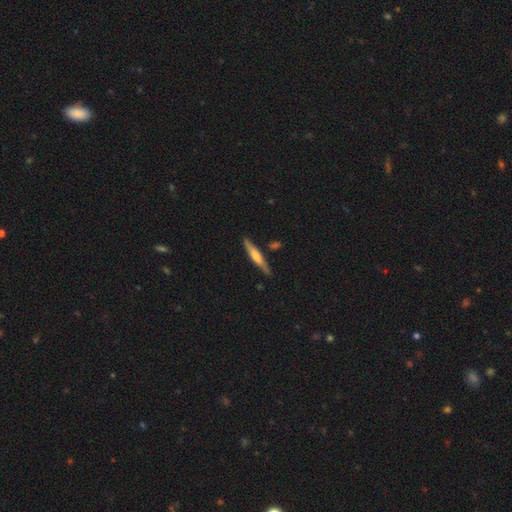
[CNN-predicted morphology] featured or disk 53%, smooth 42%, star or artifact 5%. Down the decision tree: edge-on disk — yes (95%); merging — none (85%).